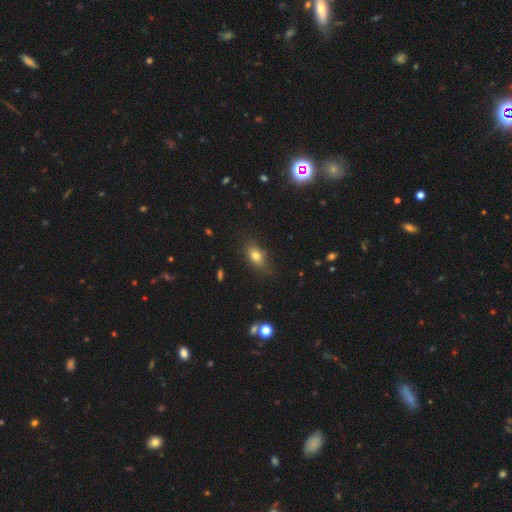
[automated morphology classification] smooth-or-featured: smooth: 75% | featured or disk: 13% | star or artifact: 12%
  how-rounded: in between: 77% | round: 17% | cigar-shaped: 6%
  merging: none: 78% | minor disturbance: 16% | major disturbance: 4% | merger: 2%